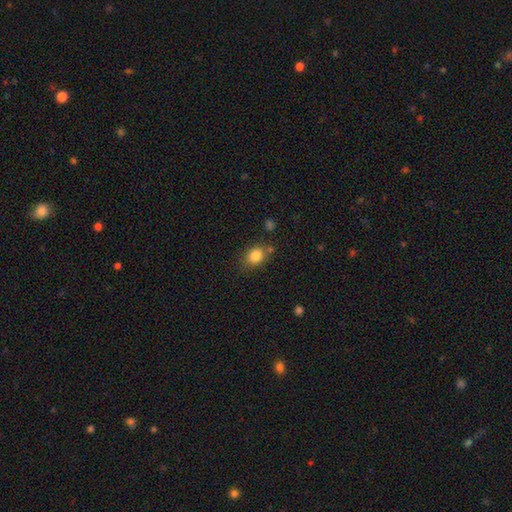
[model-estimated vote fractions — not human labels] This appears to be a smooth galaxy with no disk features (83%) that is round (50%). Merging: none (71%).